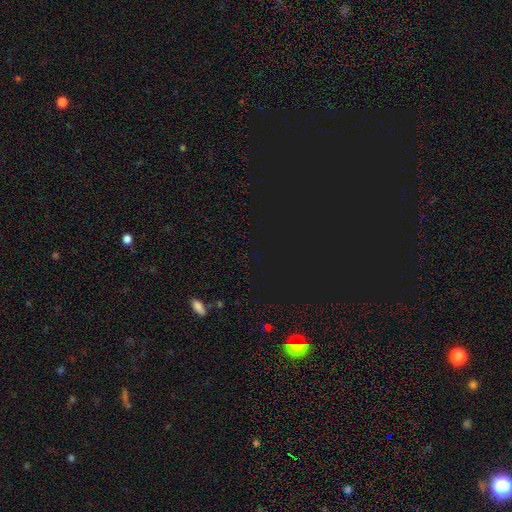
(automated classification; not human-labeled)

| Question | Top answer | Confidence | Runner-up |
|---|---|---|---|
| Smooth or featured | star or artifact | 76% | smooth (17%) |